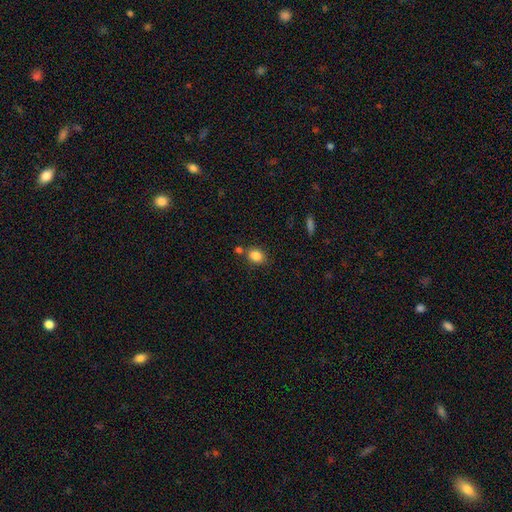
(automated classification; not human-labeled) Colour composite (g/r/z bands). It shows a smooth galaxy with no disk features (85%) that is in between round and cigar-shaped (53%). Merging: none (71%).